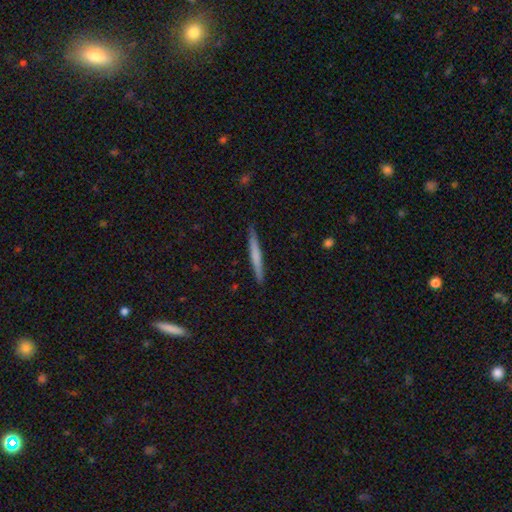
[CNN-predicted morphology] The model was most divided on "smooth or featured": smooth: 57%, featured or disk: 37%, star or artifact: 5%. More confident: how rounded — cigar-shaped (96%); merging — none (90%).